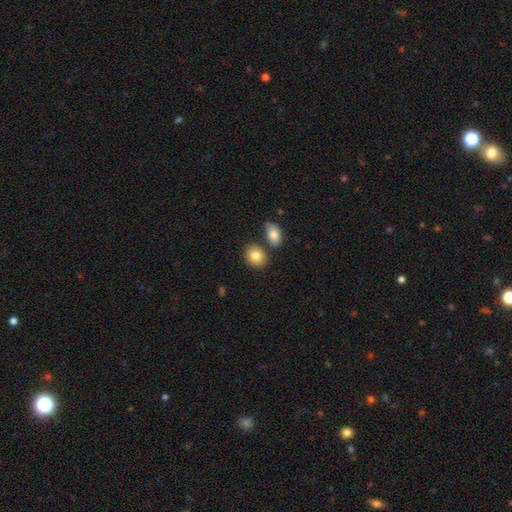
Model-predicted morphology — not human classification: Smooth or featured: smooth — 83% (featured or disk — 10%)
How rounded: round — 50% (in between — 49%)
Merging: none — 70% (merger — 16%)